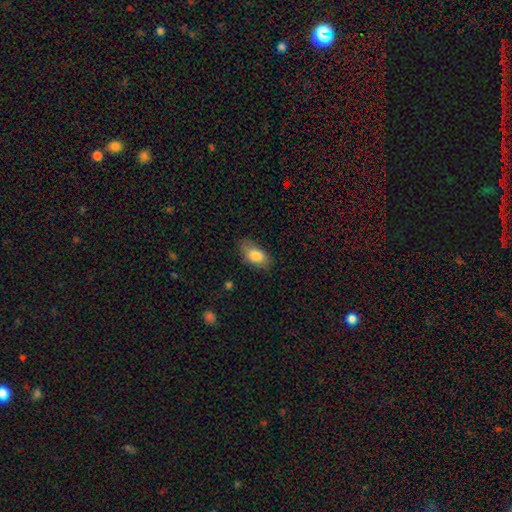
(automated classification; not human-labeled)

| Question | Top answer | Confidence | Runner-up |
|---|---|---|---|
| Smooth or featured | smooth | 83% | featured or disk (10%) |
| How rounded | in between | 92% | round (5%) |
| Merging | none | 73% | minor disturbance (21%) |